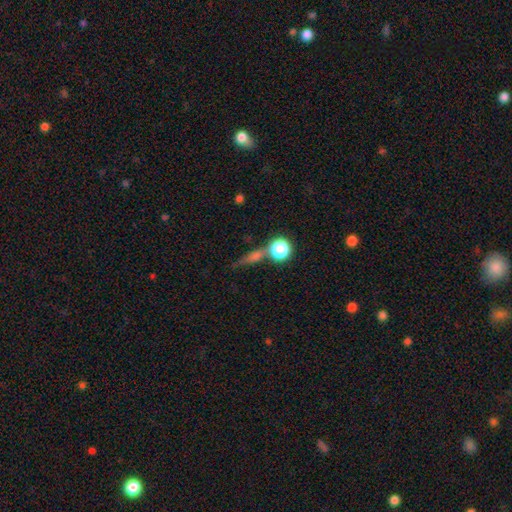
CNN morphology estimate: smooth-or-featured: smooth: 42% | featured or disk: 35% | star or artifact: 23%
  merging: none: 68% | merger: 14% | minor disturbance: 12% | major disturbance: 6%